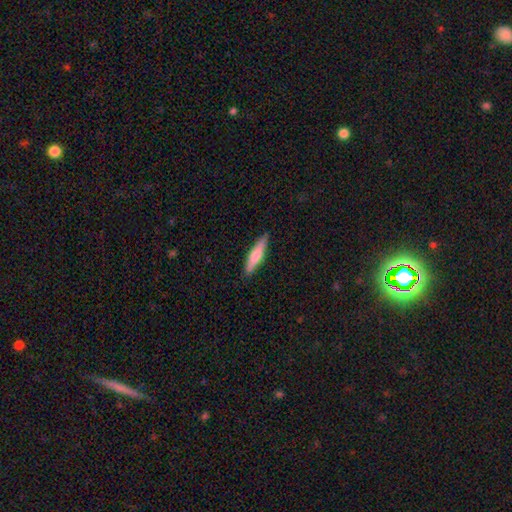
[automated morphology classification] smooth 65%, featured or disk 30%, star or artifact 6%. Down the decision tree: how rounded — cigar-shaped (83%); merging — none (88%).